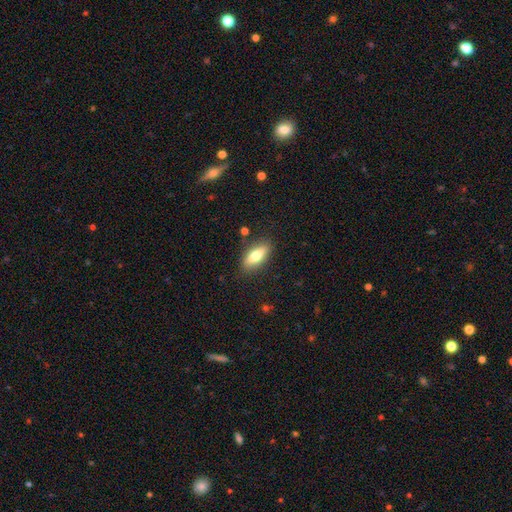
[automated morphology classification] The model was most divided on "smooth or featured": smooth: 68%, featured or disk: 25%, star or artifact: 7%. More confident: merging — none (84%); how rounded — in between (73%).